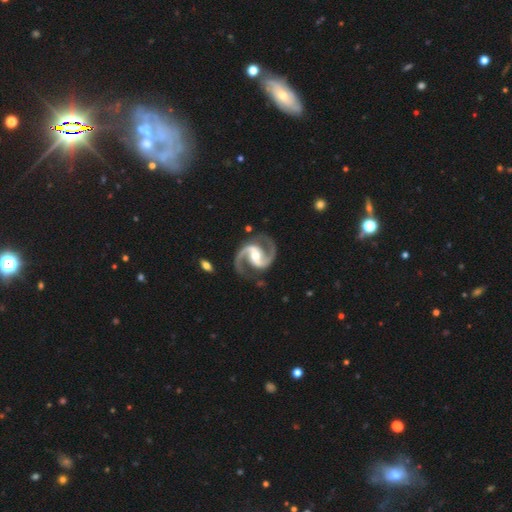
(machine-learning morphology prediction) This is clearly a featured or disk galaxy (94%). It is clearly not viewed edge-on (98%). Bar: marginally strong (44%). Spiral arm pattern: clearly yes (99%). Spiral arm count: clearly 2 (95%). Spiral winding: likely medium (66%). Central bulge: likely moderate (64%). Merging: clearly none (83%).